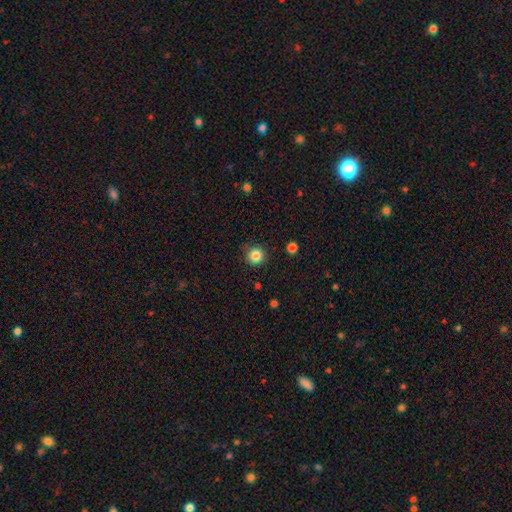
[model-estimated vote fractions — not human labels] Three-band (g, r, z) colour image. It shows a smooth galaxy with no disk features (84%) that is round (92%). Merging: none (81%).